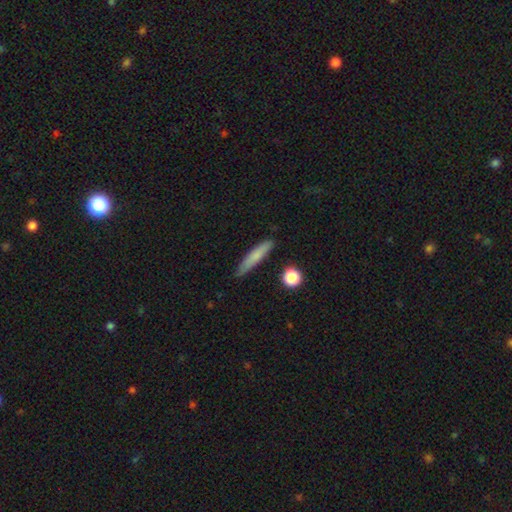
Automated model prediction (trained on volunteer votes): smooth_or_featured: smooth (p=0.74) [alt: featured or disk p=0.19]
how_rounded: cigar-shaped (p=0.89) [alt: in between p=0.09]
merging: none (p=0.82) [alt: minor disturbance p=0.14]